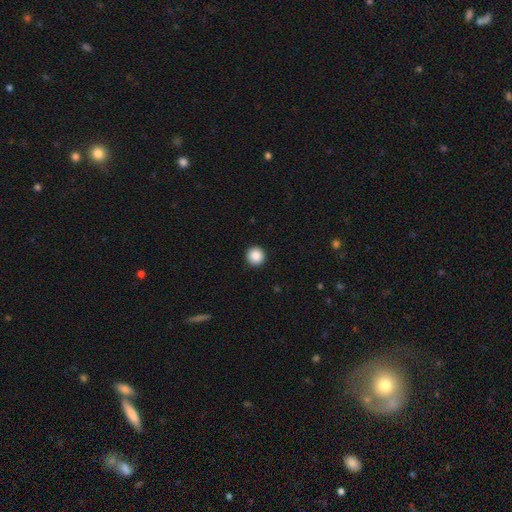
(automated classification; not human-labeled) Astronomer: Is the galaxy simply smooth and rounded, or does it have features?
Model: smooth — 88%.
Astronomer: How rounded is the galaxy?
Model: round — 94%.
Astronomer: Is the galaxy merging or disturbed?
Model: none — 93%.